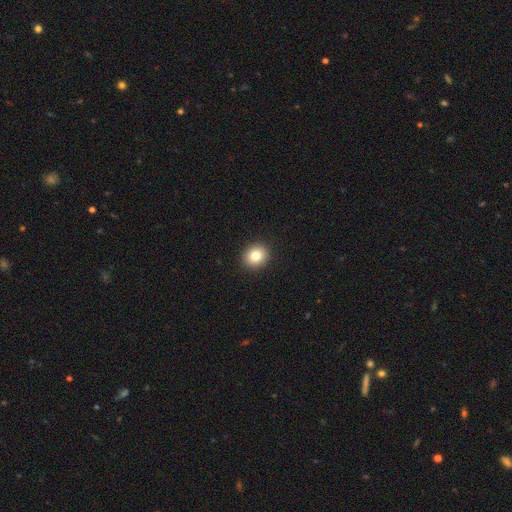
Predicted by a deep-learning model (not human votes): A smooth galaxy with no disk features (82%) that is round (76%).

Vote fractions:
- Smooth or featured? smooth: 82% / star or artifact: 10% / featured or disk: 8%
- How rounded? round: 76% / in between: 23% / cigar-shaped: 1%
- Merging? none: 92% / minor disturbance: 5% / major disturbance: 2% / merger: 1%